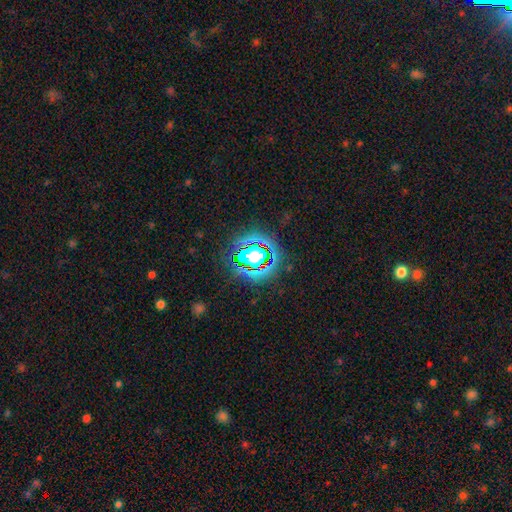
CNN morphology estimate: A star or artifact, not a galaxy (61%).